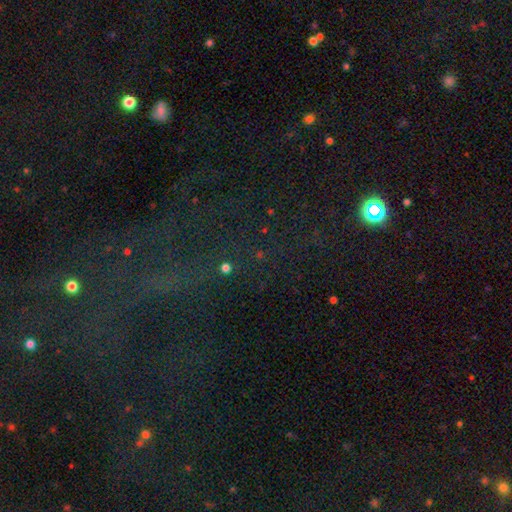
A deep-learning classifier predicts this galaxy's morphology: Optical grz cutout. It shows a star or artifact, not a galaxy (70%).